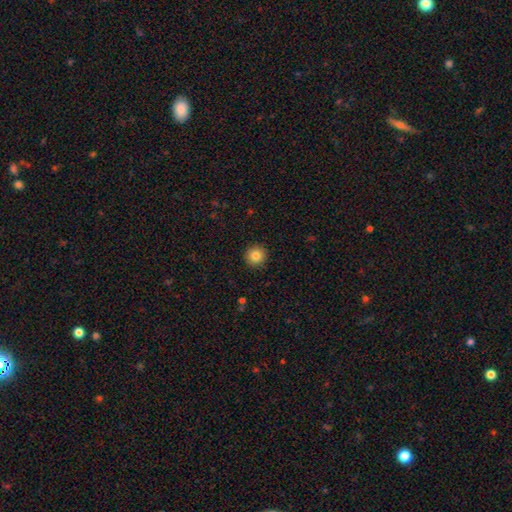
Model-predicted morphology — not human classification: Smooth or featured? Predicted: smooth (p=0.84). How rounded? Predicted: round (p=0.95). Merging? Predicted: none (p=0.92).